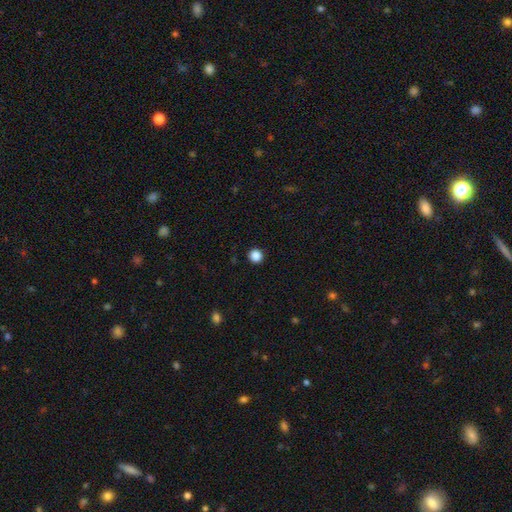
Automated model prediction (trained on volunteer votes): The model was most divided on "smooth or featured": smooth: 87%, star or artifact: 11%, featured or disk: 3%. More confident: how rounded — round (94%); merging — none (93%).